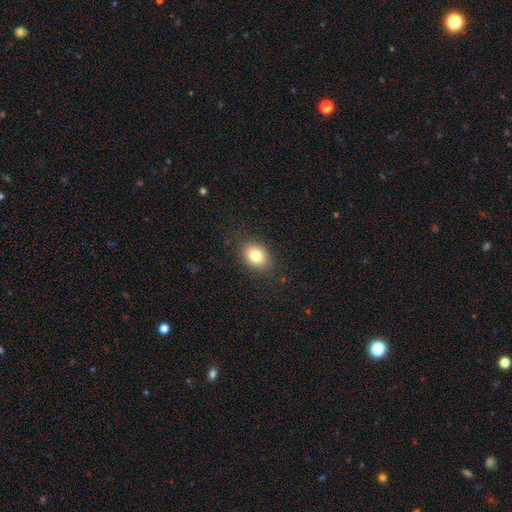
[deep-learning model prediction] Smooth or featured?
  - smooth: 80% *
  - star or artifact: 10%
  - featured or disk: 10%
How rounded?
  - in between: 68% *
  - round: 30%
  - cigar-shaped: 1%
Merging?
  - none: 86% *
  - minor disturbance: 10%
  - major disturbance: 3%
  - merger: 1%